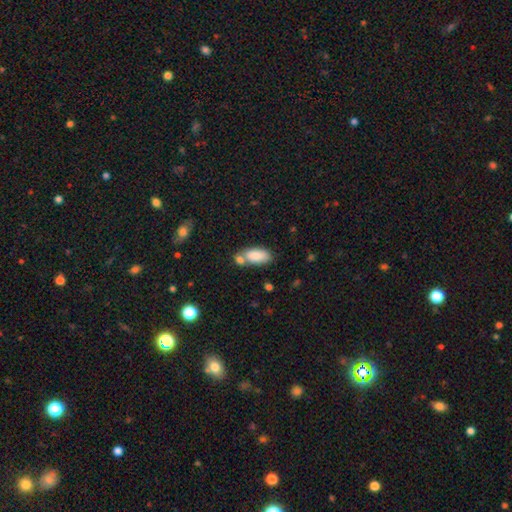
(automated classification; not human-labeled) Morphology: type=smooth (84%); roundness=in between (90%); merging=none (50%).